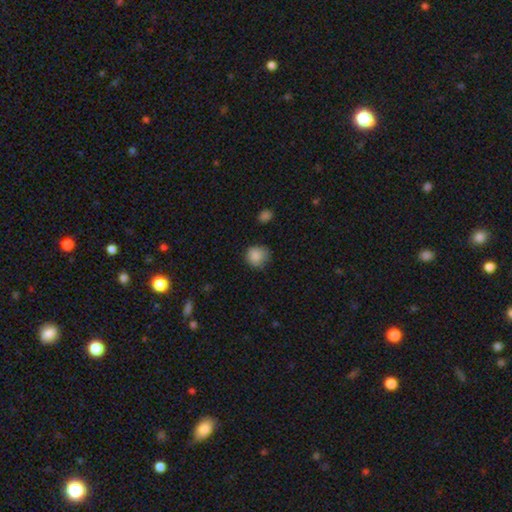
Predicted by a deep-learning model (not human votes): Smooth or featured?
  - smooth: 86% *
  - star or artifact: 9%
  - featured or disk: 4%
How rounded?
  - round: 87% *
  - in between: 12%
  - cigar-shaped: 1%
Merging?
  - none: 71% *
  - minor disturbance: 23%
  - major disturbance: 5%
  - merger: 2%